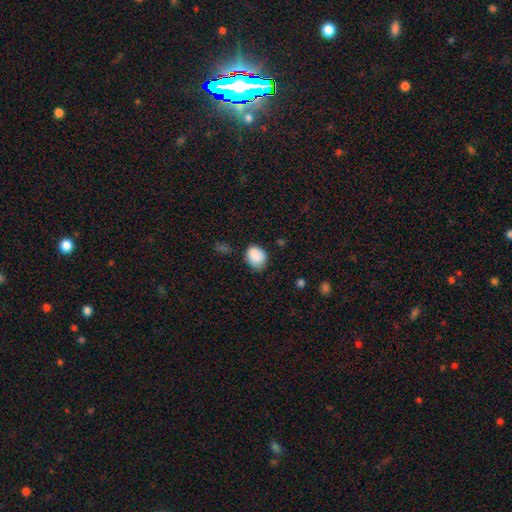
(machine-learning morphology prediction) The model was most divided on "how rounded": round: 50%, in between: 49%, cigar-shaped: 1%. More confident: smooth or featured — smooth (88%); merging — none (68%).